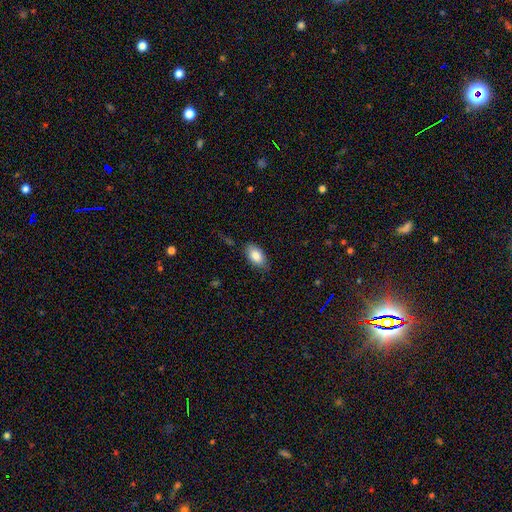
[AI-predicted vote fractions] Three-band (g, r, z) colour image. It shows a smooth galaxy with no disk features (84%) that is in between round and cigar-shaped (92%). Merging: none (80%).